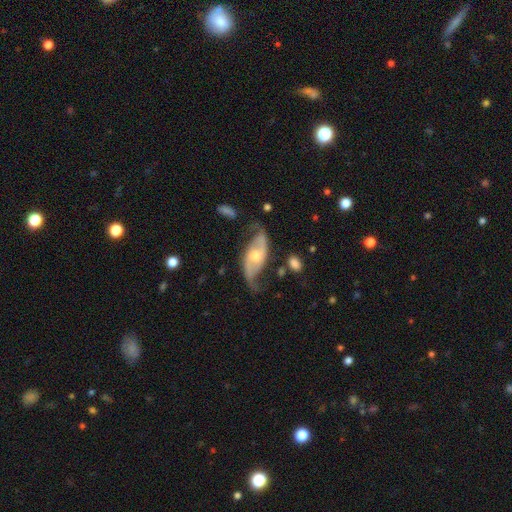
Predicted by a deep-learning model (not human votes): A featured or disk galaxy (84%) with no bar (54%), 2 (91%) loose (59%) spiral arms (94%) and a moderate central bulge (51%).

Vote fractions:
- Smooth or featured? featured or disk: 84% / smooth: 10% / star or artifact: 5%
- Edge-on disk? no: 94% / yes: 6%
- Bar? no: 54% / weak: 33% / strong: 13%
- Spiral arms? yes: 94% / no: 6%
- Spiral winding? loose: 59% / medium: 30% / tight: 11%
- Spiral arm count? 2: 91% / can't tell: 4% / 1: 2% / 3: 1% / 4: 1% / more than 4: 1%
- Bulge size? moderate: 51% / small: 43% / large: 3% / none: 2% / dominant: 1%
- Merging? none: 64% / minor disturbance: 21% / major disturbance: 11% / merger: 3%